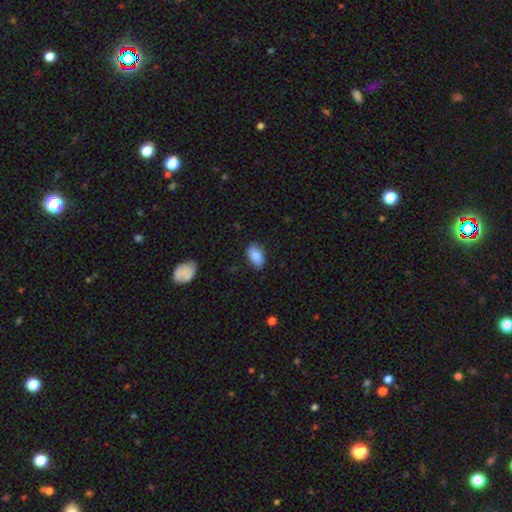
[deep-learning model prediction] Smooth or featured? Predicted: smooth (p=0.87). How rounded? Predicted: in between (p=0.92). Merging? Predicted: none (p=0.80).